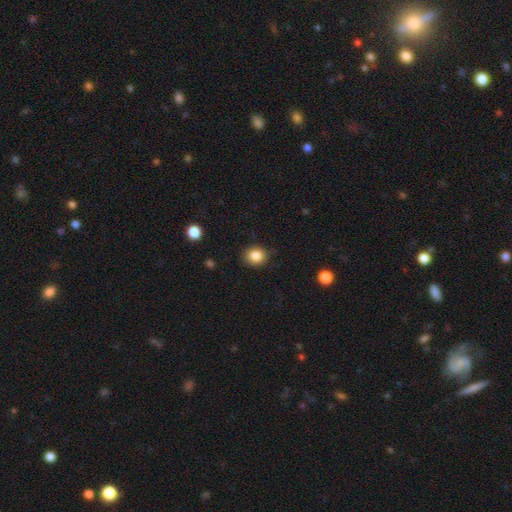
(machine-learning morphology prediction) smooth 85%, star or artifact 10%, featured or disk 5%. Down the decision tree: how rounded — round (72%); merging — none (85%).